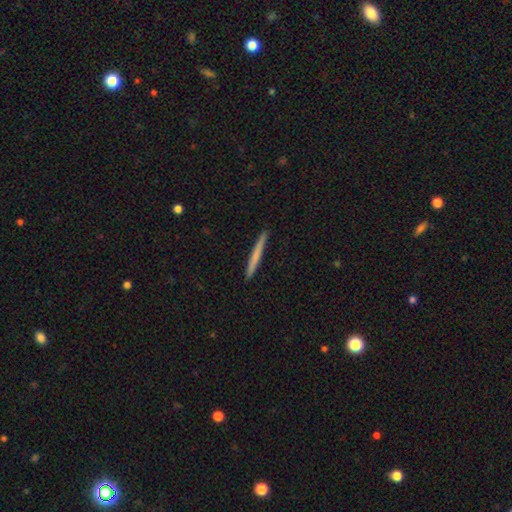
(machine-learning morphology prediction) Smooth or featured? smooth (64%)
How rounded? cigar-shaped (97%)
Merging? none (92%)